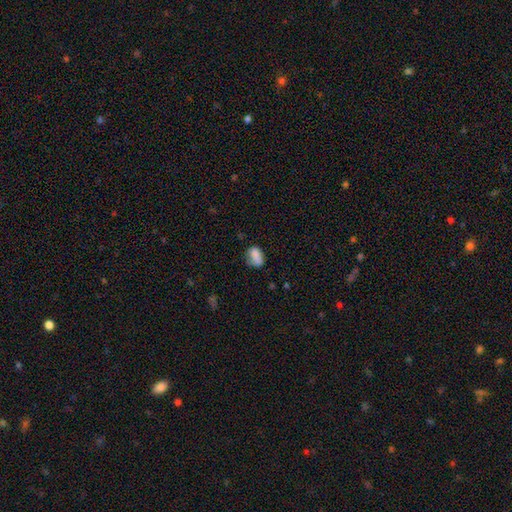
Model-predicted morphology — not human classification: Smooth or featured?
  - smooth: 80% *
  - featured or disk: 11%
  - star or artifact: 9%
How rounded?
  - in between: 77% *
  - round: 20%
  - cigar-shaped: 4%
Merging?
  - none: 59% *
  - minor disturbance: 28%
  - major disturbance: 10%
  - merger: 4%